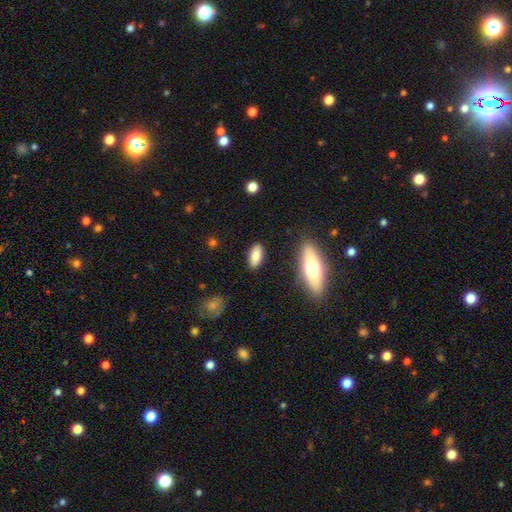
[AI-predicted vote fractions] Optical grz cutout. It shows a smooth galaxy with no disk features (82%) that is in between round and cigar-shaped (85%). Merging: none (86%).